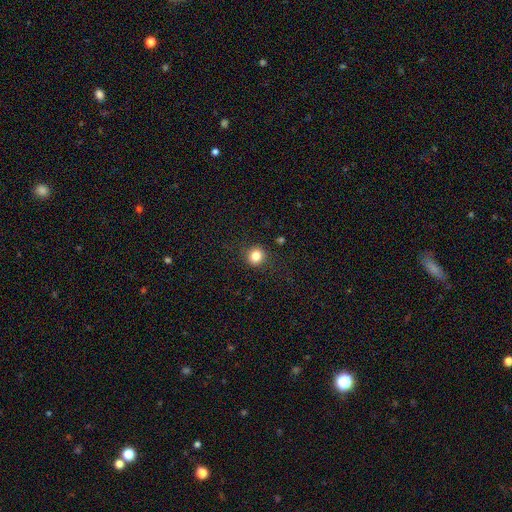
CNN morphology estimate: smooth-or-featured: smooth: 83% | star or artifact: 12% | featured or disk: 6%
  how-rounded: round: 89% | in between: 10% | cigar-shaped: 1%
  merging: none: 89% | minor disturbance: 7% | major disturbance: 3% | merger: 1%